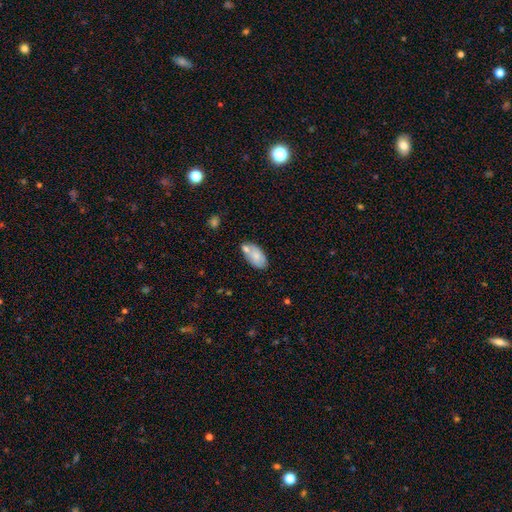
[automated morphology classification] A smooth galaxy with no disk features (68%) that is in between round and cigar-shaped (93%). Merging: none (52%).